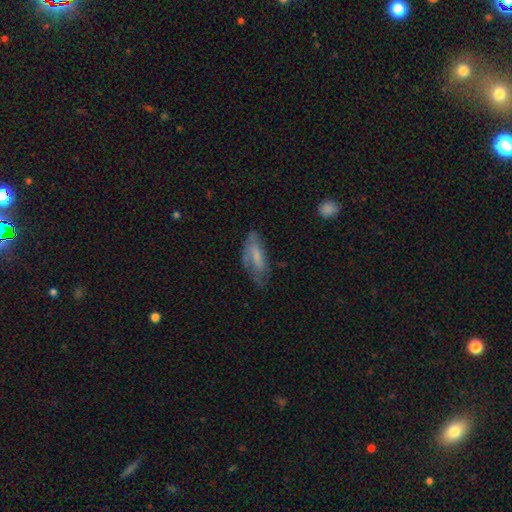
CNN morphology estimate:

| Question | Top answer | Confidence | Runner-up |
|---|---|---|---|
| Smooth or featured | smooth | 53% | featured or disk (40%) |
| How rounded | in between | 76% | cigar-shaped (21%) |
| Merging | none | 51% | minor disturbance (31%) |